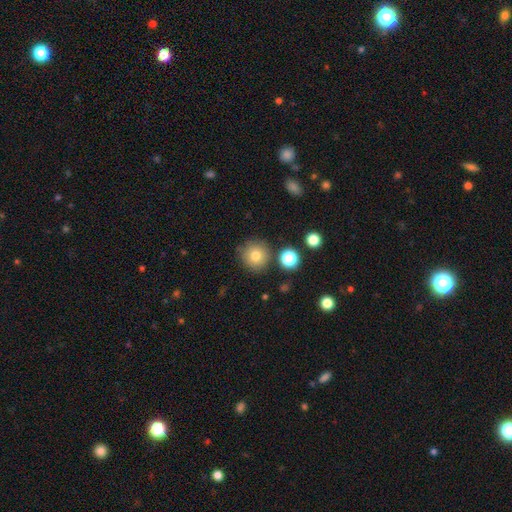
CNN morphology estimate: The model was most divided on "smooth or featured": smooth: 79%, star or artifact: 11%, featured or disk: 10%. More confident: how rounded — round (94%); merging — none (83%).